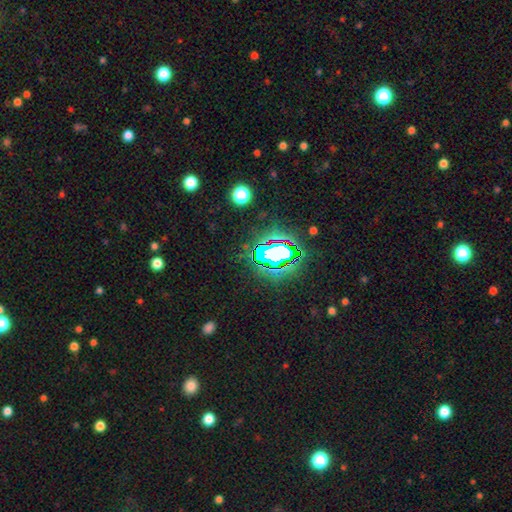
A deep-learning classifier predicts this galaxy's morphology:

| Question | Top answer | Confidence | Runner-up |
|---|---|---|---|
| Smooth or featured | star or artifact | 70% | smooth (18%) |